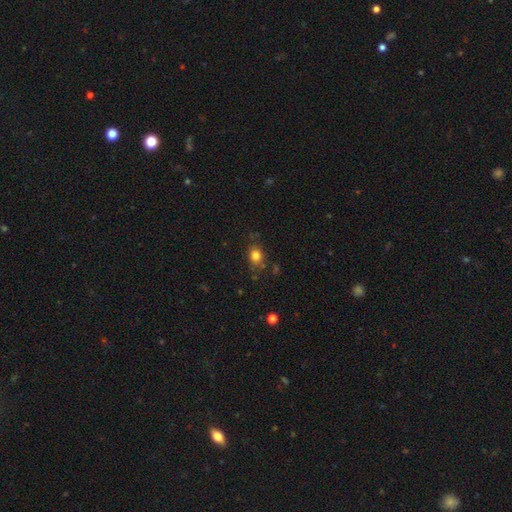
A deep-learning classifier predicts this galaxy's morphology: Smooth or featured? smooth (80%)
How rounded? round (52%)
Merging? none (76%)